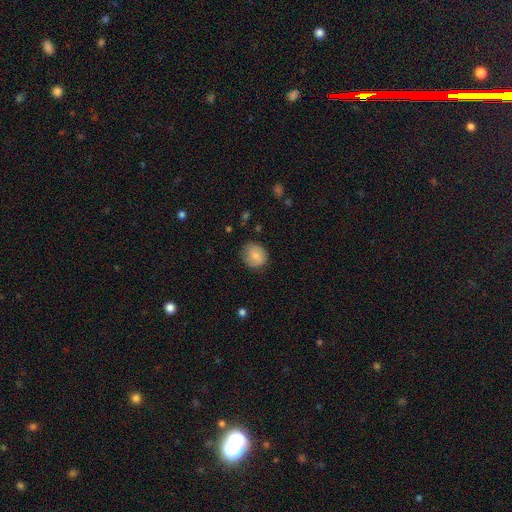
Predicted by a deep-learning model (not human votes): This appears to be a smooth galaxy with no disk features (77%) that is round (75%). Merging: none (76%).